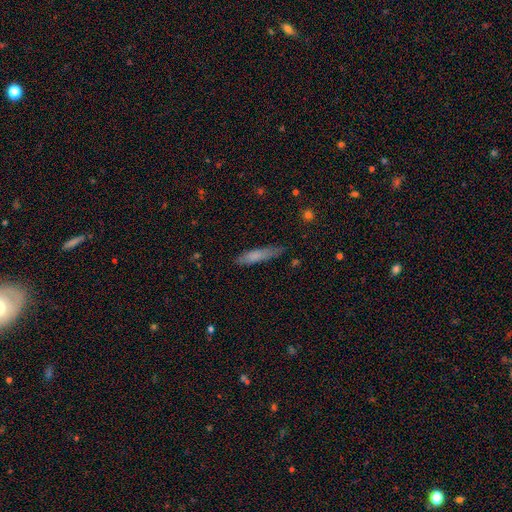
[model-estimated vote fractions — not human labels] smooth_or_featured: smooth (p=0.75) [alt: featured or disk p=0.19]
how_rounded: cigar-shaped (p=0.83) [alt: in between p=0.16]
merging: none (p=0.74) [alt: minor disturbance p=0.20]